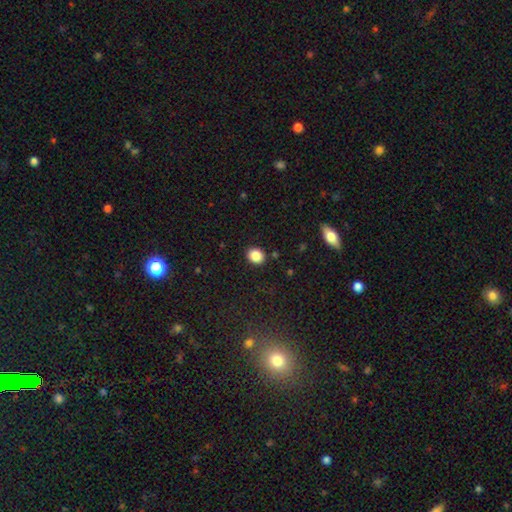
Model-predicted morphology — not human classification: smooth 87%, star or artifact 9%, featured or disk 4%. Down the decision tree: how rounded — round (61%); merging — none (89%).